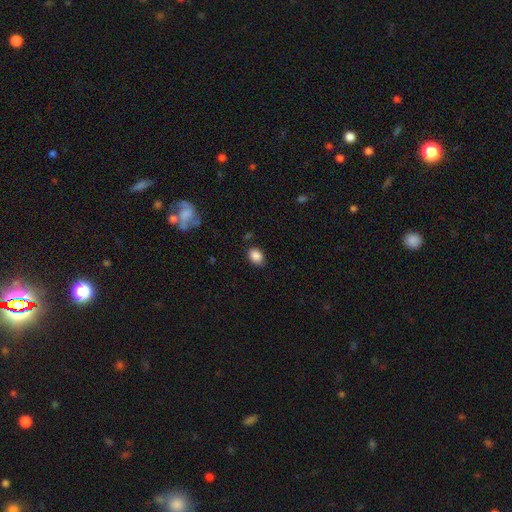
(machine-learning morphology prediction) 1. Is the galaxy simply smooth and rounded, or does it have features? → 87% smooth, 9% star or artifact, 4% featured or disk.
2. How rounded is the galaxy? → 69% in between, 30% round, 1% cigar-shaped.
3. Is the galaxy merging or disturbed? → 82% none, 13% minor disturbance, 3% major disturbance, 2% merger.